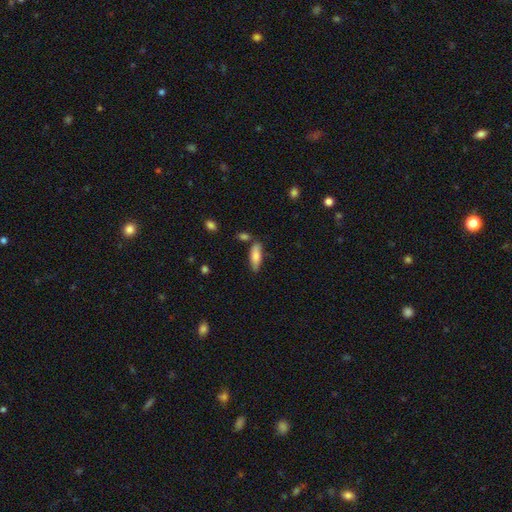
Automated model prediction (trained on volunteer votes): Smooth or featured: smooth — 80% (featured or disk — 13%)
How rounded: in between — 61% (cigar-shaped — 37%)
Merging: none — 73% (minor disturbance — 16%)